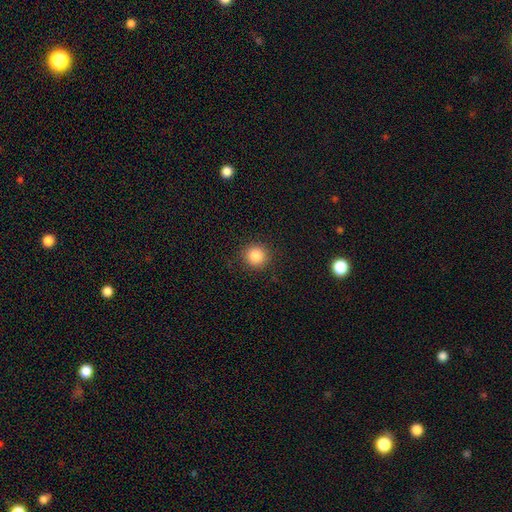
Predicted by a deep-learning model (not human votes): Q: Smooth or featured?
A: smooth (85%); runner-up: star or artifact (11%)
Q: How rounded?
A: round (93%); runner-up: in between (7%)
Q: Merging?
A: none (90%); runner-up: minor disturbance (7%)